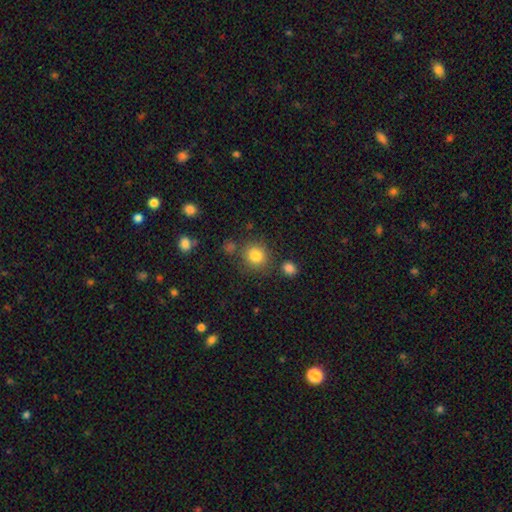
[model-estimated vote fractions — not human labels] Morphology: type=smooth (83%); roundness=round (84%); merging=none (76%).